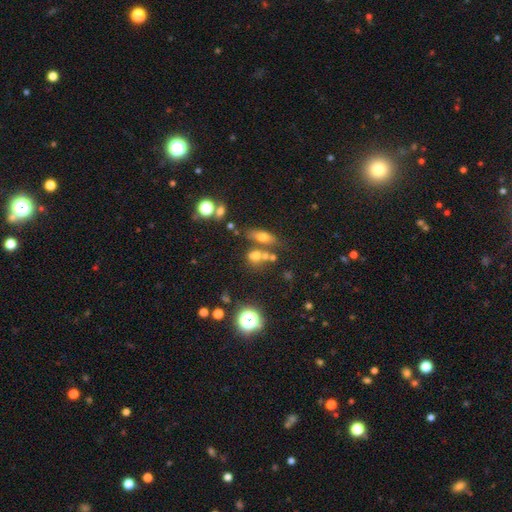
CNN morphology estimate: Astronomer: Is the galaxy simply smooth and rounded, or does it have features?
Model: smooth — 61%.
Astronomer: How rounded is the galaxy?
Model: round — 51% (runner-up: in between, 41%).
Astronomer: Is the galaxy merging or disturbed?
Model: none — 48% (runner-up: merger, 34%).